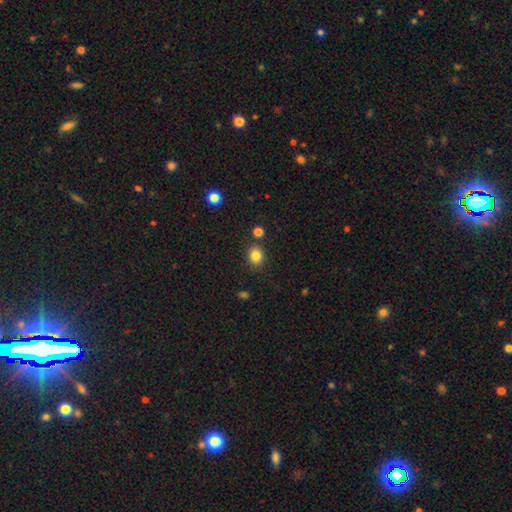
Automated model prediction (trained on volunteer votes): Smooth or featured? Predicted: smooth (p=0.84). How rounded? Predicted: round (p=0.70). Merging? Predicted: none (p=0.83).